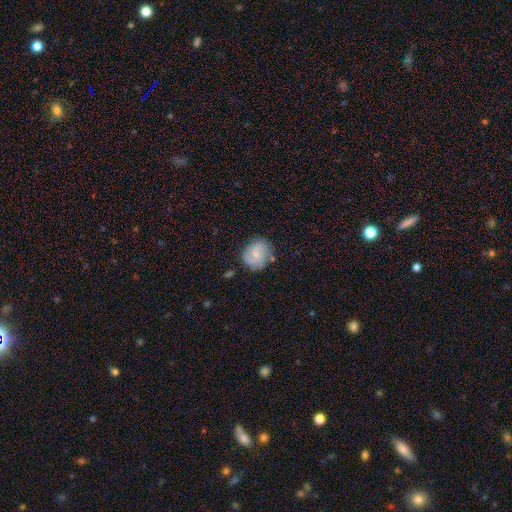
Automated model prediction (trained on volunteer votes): Morphology: type=smooth (50%); roundness=round (73%); merging=none (69%).